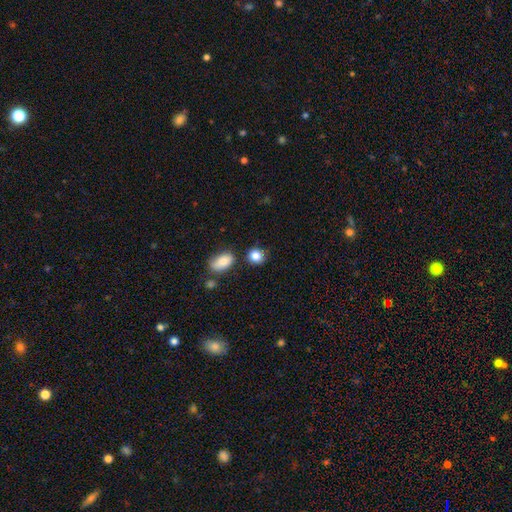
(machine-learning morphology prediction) Smooth or featured: smooth — 86% (star or artifact — 9%)
How rounded: round — 75% (in between — 24%)
Merging: none — 75% (minor disturbance — 13%)